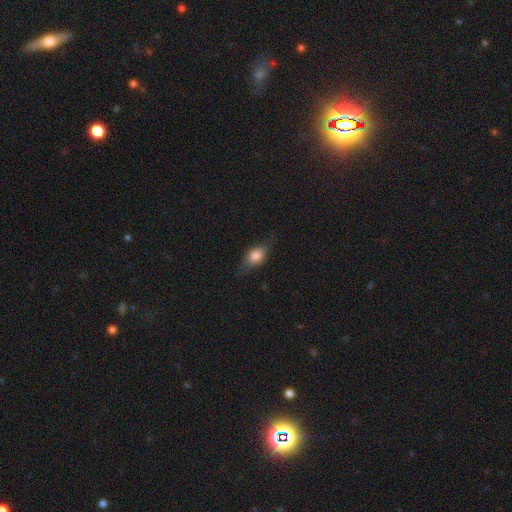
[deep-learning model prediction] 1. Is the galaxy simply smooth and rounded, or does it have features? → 65% smooth, 27% featured or disk, 8% star or artifact.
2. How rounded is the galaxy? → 70% in between, 17% round, 12% cigar-shaped.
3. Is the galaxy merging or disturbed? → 71% none, 21% minor disturbance, 7% major disturbance, 1% merger.